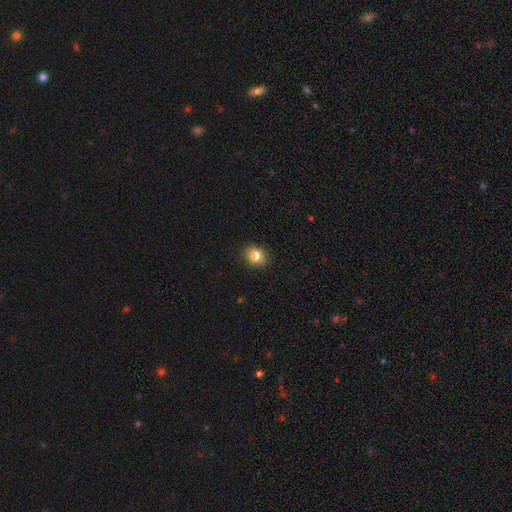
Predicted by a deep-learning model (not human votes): Overall: smooth (83%). How rounded: round (57%; in between 42%). Merging: none (85%).